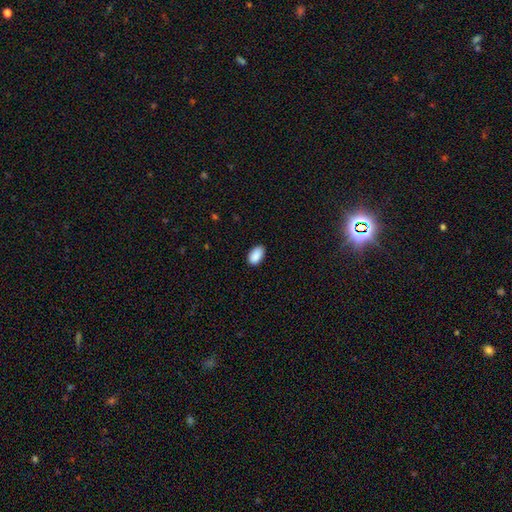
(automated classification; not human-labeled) smooth-or-featured: smooth: 91% | star or artifact: 7% | featured or disk: 3%
  how-rounded: in between: 94% | round: 4% | cigar-shaped: 1%
  merging: none: 87% | minor disturbance: 11% | major disturbance: 2% | merger: 1%